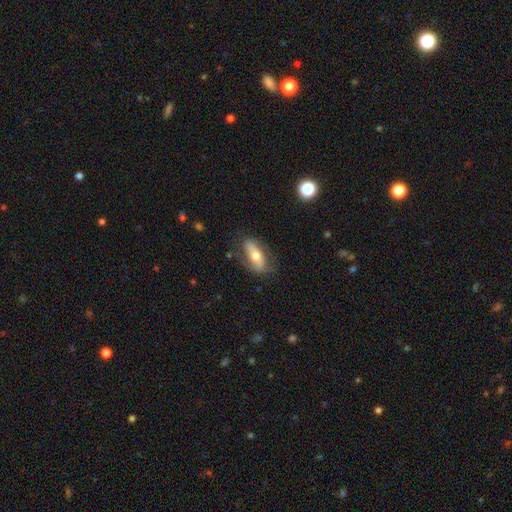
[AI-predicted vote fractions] The model was most divided on "smooth or featured": featured or disk: 48%, smooth: 45%, star or artifact: 7%. More confident: merging — none (71%).